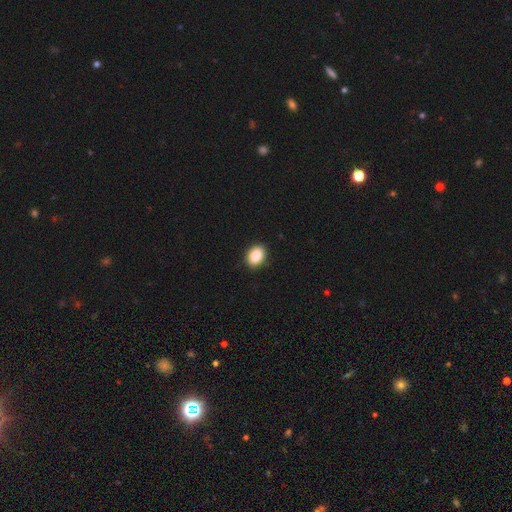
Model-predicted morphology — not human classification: smooth 88%, star or artifact 8%, featured or disk 4%. Down the decision tree: how rounded — in between (71%); merging — none (91%).